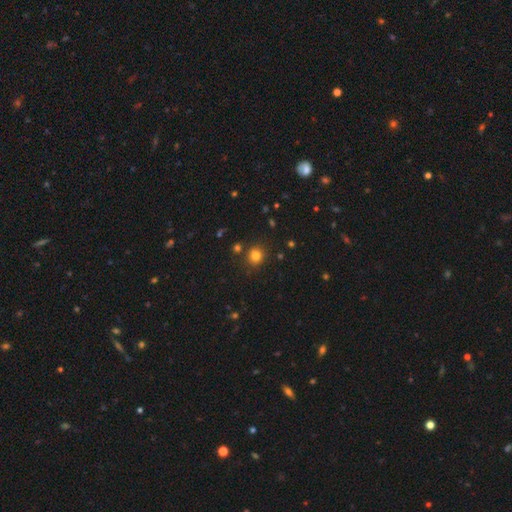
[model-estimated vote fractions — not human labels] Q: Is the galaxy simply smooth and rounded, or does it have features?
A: smooth — 79%.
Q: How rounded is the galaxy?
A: round — 85%.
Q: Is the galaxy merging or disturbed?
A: none — 84%.